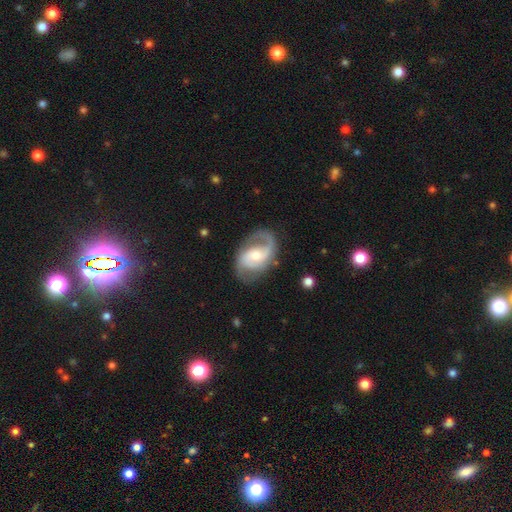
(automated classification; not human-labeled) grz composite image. It shows a featured or disk galaxy (85%) with a weak bar (44%), 2 (79%) medium (49%) spiral arms (95%) and a moderate central bulge (57%). Merging: none (69%).